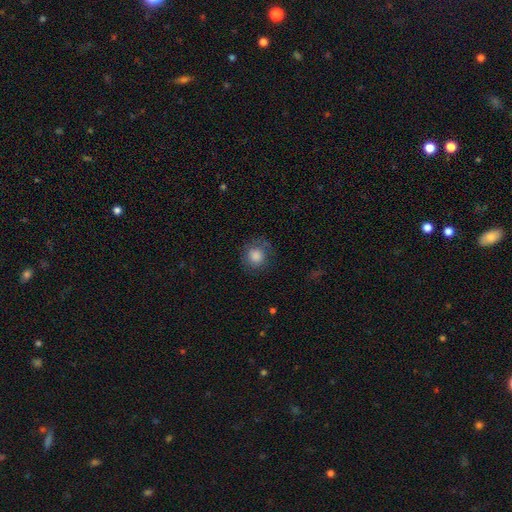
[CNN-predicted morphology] Q: Smooth or featured?
A: smooth (81%); runner-up: star or artifact (9%)
Q: How rounded?
A: round (90%); runner-up: in between (9%)
Q: Merging?
A: none (73%); runner-up: minor disturbance (17%)